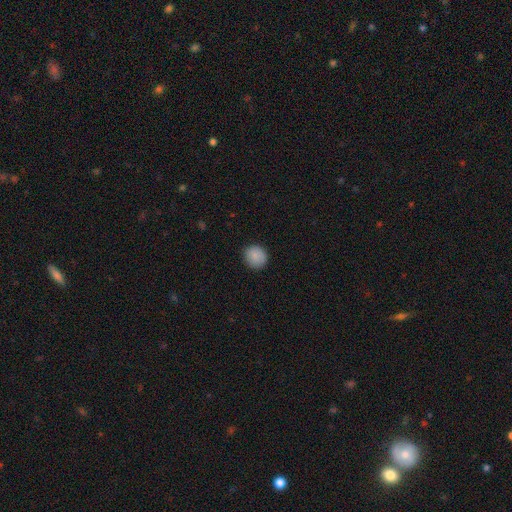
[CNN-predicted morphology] Overall: smooth (87%). How rounded: round (90%). Merging: none (89%).